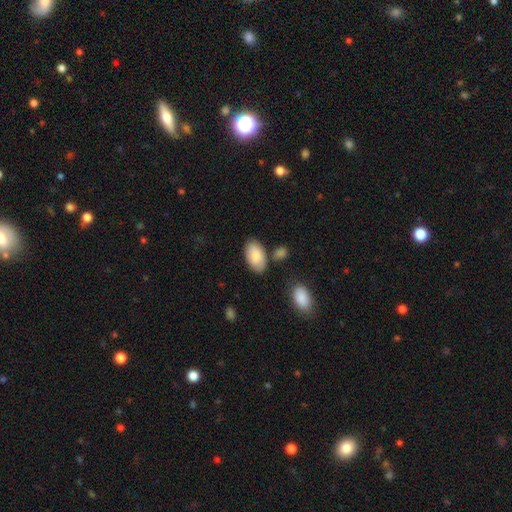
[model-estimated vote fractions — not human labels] smooth_or_featured: smooth (p=0.85) [alt: featured or disk p=0.09]
how_rounded: in between (p=0.94) [alt: round p=0.04]
merging: none (p=0.74) [alt: minor disturbance p=0.15]